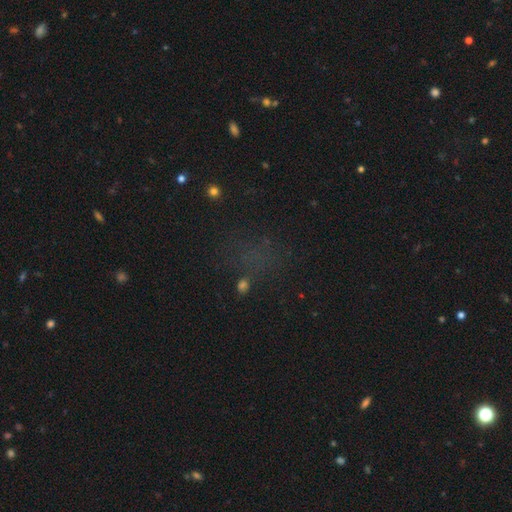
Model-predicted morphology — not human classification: A star or artifact, not a galaxy (53%).

Vote fractions:
- Smooth or featured? star or artifact: 53% / smooth: 35% / featured or disk: 12%